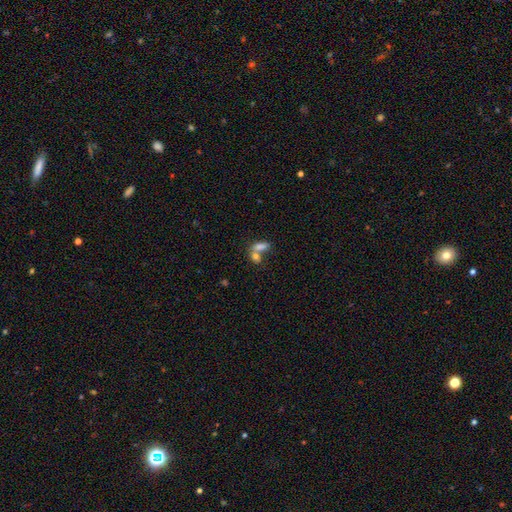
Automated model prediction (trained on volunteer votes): smooth-or-featured: smooth: 76% | featured or disk: 13% | star or artifact: 12%
  how-rounded: in between: 74% | round: 16% | cigar-shaped: 10%
  merging: merger: 57% | none: 30% | minor disturbance: 8% | major disturbance: 5%